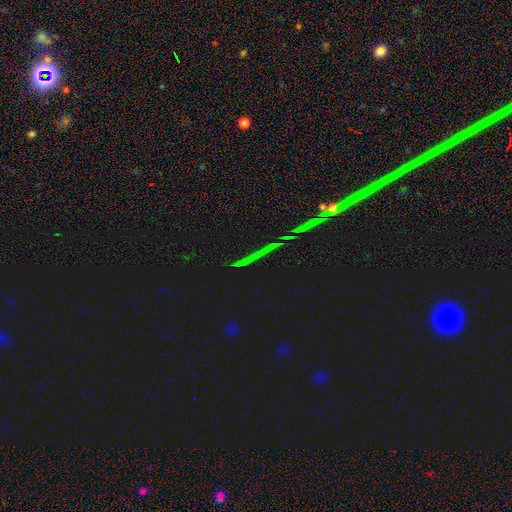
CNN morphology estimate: Smooth or featured: star or artifact — 67% (featured or disk — 21%)